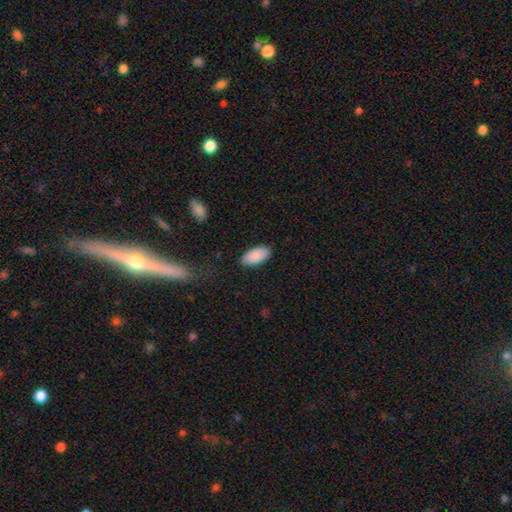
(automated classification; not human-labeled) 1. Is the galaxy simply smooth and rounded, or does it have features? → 90% smooth, 6% star or artifact, 4% featured or disk.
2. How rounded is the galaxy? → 94% in between, 4% cigar-shaped, 2% round.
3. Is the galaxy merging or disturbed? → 88% none, 9% minor disturbance, 2% major disturbance, 1% merger.